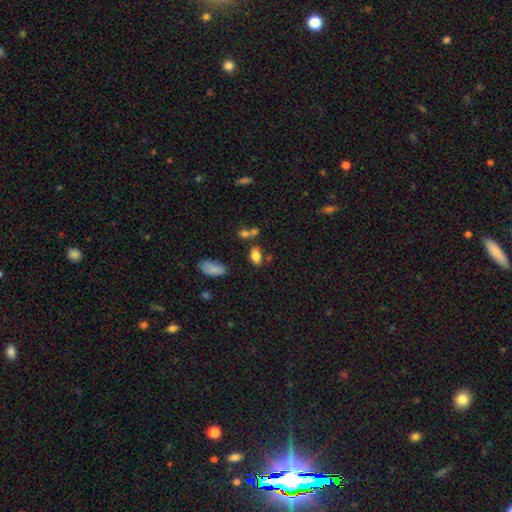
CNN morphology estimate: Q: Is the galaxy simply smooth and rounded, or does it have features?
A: smooth — 79%.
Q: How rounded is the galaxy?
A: in between — 88%.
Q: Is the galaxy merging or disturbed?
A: none — 64%.